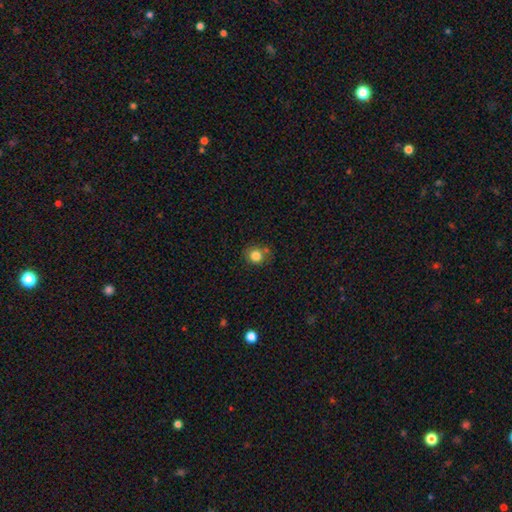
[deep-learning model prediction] Morphology: type=smooth (82%); roundness=round (85%); merging=none (70%).